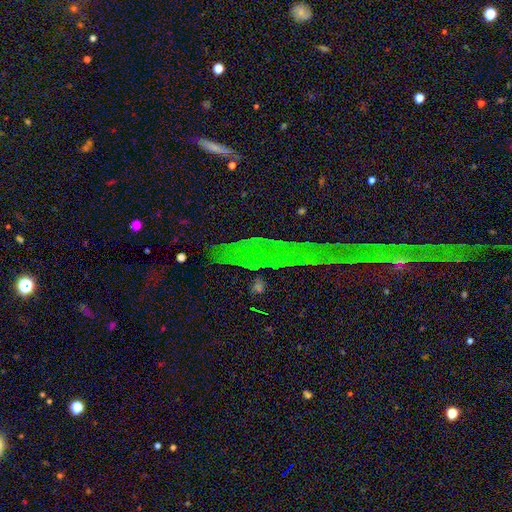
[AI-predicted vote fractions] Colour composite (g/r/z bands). It shows a star or artifact, not a galaxy (82%).